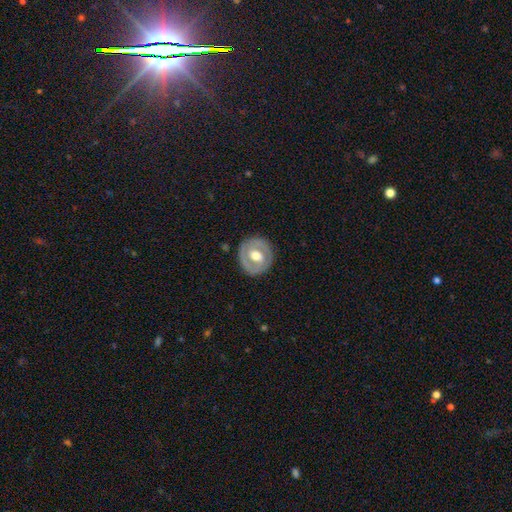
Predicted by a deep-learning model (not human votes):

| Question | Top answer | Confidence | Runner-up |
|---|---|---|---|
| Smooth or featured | featured or disk | 59% | smooth (37%) |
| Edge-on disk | no | 96% | yes (4%) |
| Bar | no | 53% | weak (35%) |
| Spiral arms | no | 69% | yes (31%) |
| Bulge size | moderate | 65% | large (27%) |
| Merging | none | 84% | minor disturbance (11%) |